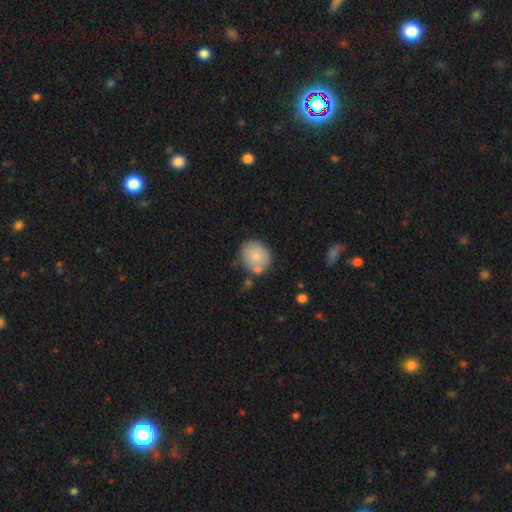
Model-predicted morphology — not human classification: This appears to be a smooth galaxy with no disk features (81%) that is round (73%). Merging: none (71%).